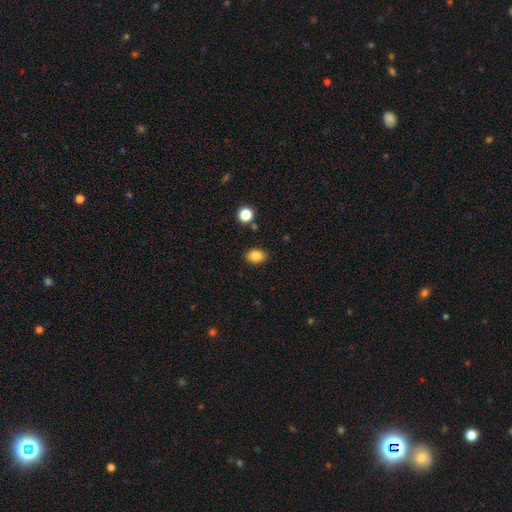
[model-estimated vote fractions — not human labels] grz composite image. It shows a smooth galaxy with no disk features (85%) that is in between round and cigar-shaped (71%). Merging: none (85%).